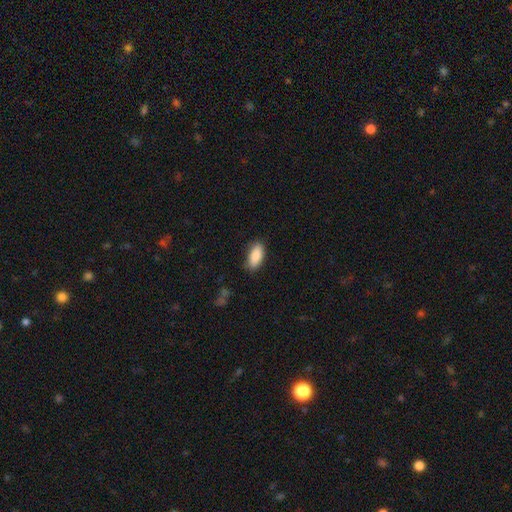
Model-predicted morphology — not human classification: This appears to be a smooth galaxy with no disk features (88%) that is in between round and cigar-shaped (87%). Merging: none (85%).